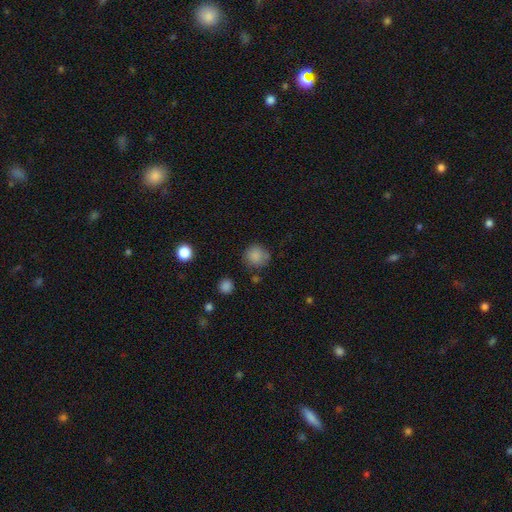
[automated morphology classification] The model was most divided on "merging": none: 73%, minor disturbance: 17%, major disturbance: 5%, merger: 4%. More confident: how rounded — round (90%); smooth or featured — smooth (84%).